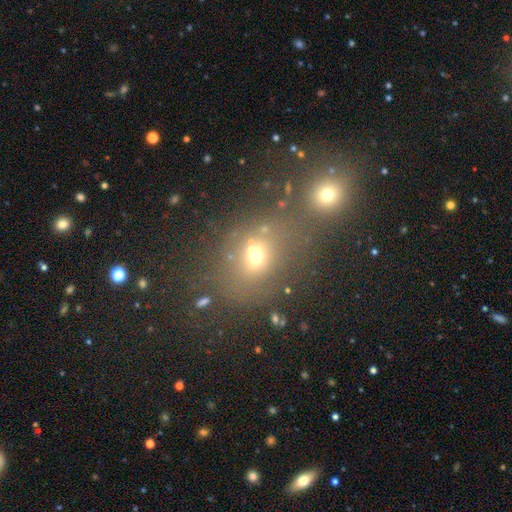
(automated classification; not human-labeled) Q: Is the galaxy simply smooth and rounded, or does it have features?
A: smooth — 60%.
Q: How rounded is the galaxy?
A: round — 57%.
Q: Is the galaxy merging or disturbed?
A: none — 51%.